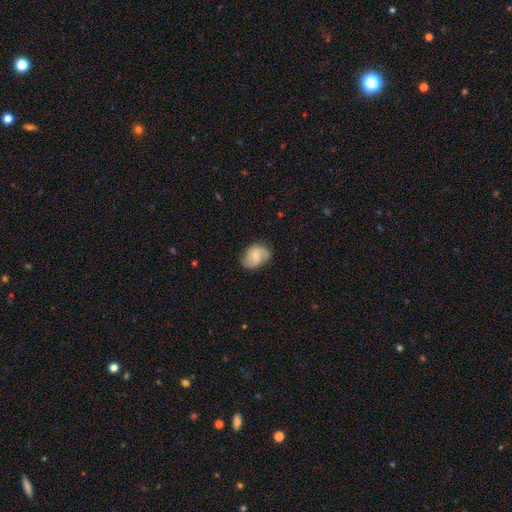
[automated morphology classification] This is possibly a smooth galaxy (51%). How rounded: likely in between (70%). Merging: likely none (68%).